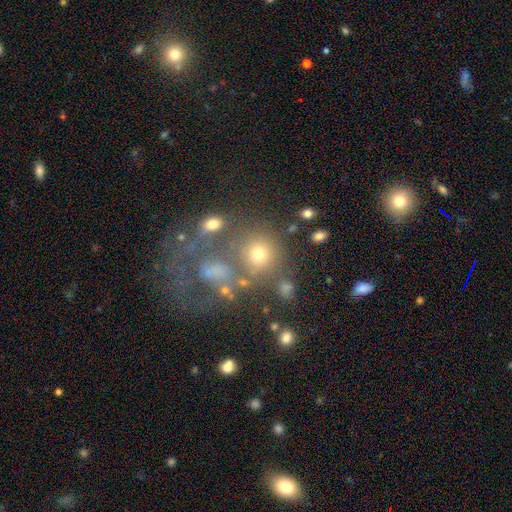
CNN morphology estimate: This appears to be a smooth galaxy with no disk features (51%) that is round (77%). Merging: none (46%).